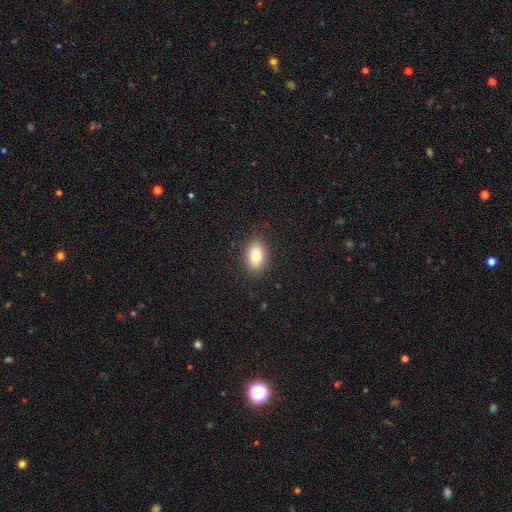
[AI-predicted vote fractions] This is likely a smooth galaxy (80%). How rounded: clearly in between (81%). Merging: clearly none (88%).